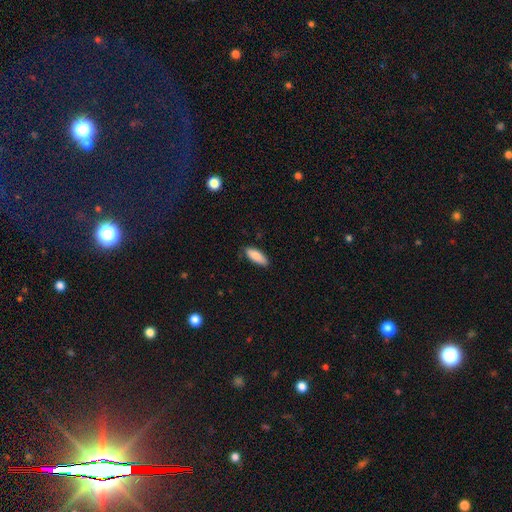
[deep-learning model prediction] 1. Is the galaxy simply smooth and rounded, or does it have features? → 85% smooth, 9% featured or disk, 6% star or artifact.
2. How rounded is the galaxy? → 71% in between, 28% cigar-shaped, 2% round.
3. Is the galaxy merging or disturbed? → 82% none, 15% minor disturbance, 2% major disturbance, 1% merger.